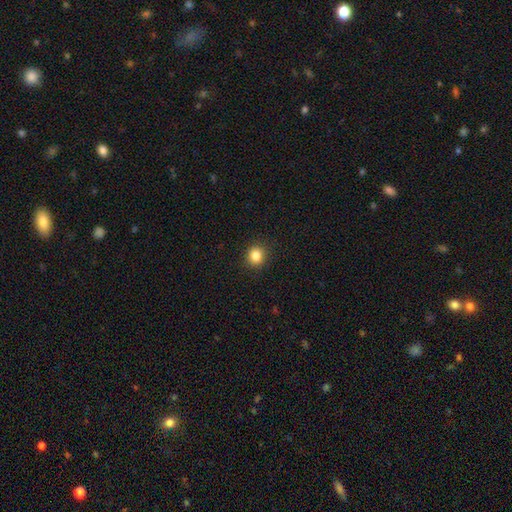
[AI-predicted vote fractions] smooth_or_featured: smooth (p=0.84) [alt: star or artifact p=0.11]
how_rounded: round (p=0.81) [alt: in between p=0.18]
merging: none (p=0.91) [alt: minor disturbance p=0.06]